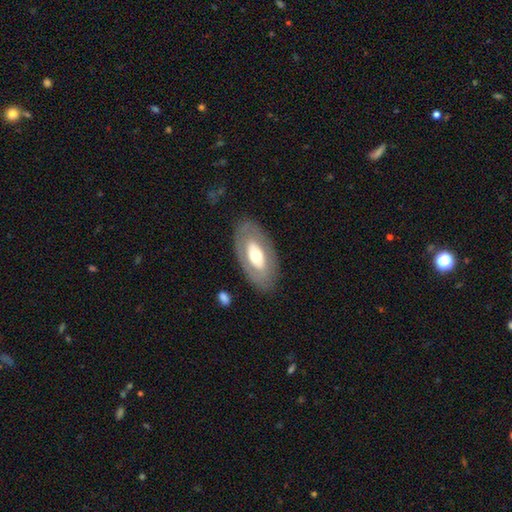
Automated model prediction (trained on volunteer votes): Smooth or featured: featured or disk — 51% (smooth — 43%)
Edge-on disk: no — 85% (yes — 15%)
Merging: none — 82% (minor disturbance — 11%)